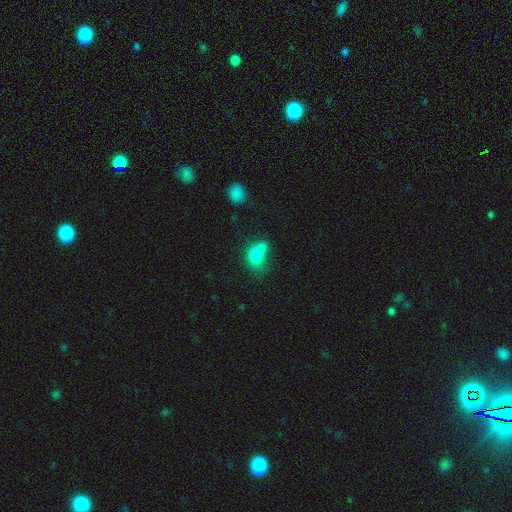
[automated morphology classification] type=smooth (75%); roundness=in between (59%); merging=merger (55%).